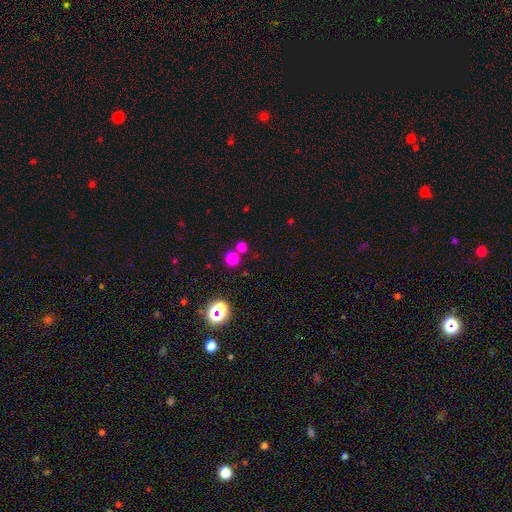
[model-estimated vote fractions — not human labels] Smooth or featured? Predicted: smooth (p=0.68). How rounded? Predicted: round (p=0.88). Merging? Predicted: none (p=0.67).